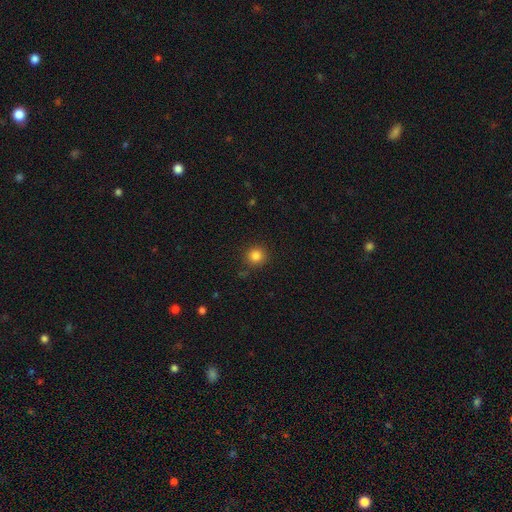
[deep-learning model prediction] Smooth or featured? Predicted: smooth (p=0.83). How rounded? Predicted: round (p=0.93). Merging? Predicted: none (p=0.87).